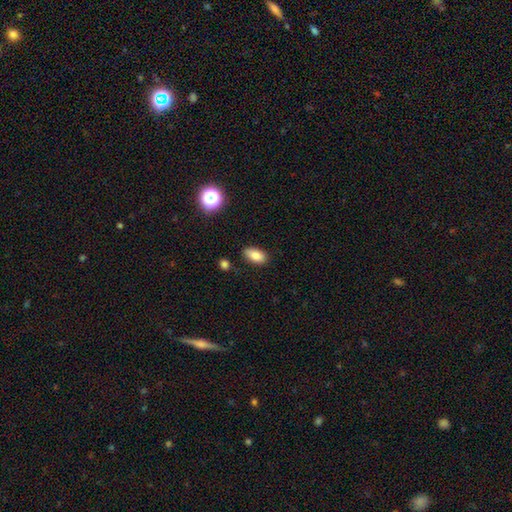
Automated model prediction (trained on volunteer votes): Smooth or featured? Predicted: smooth (p=0.83). How rounded? Predicted: in between (p=0.90). Merging? Predicted: none (p=0.83).